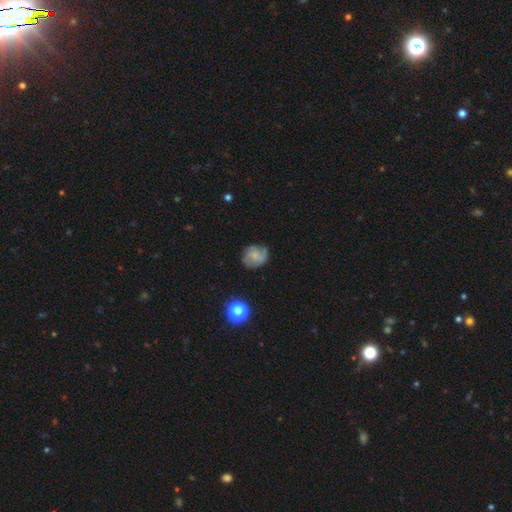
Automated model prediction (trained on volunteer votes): A featured or disk galaxy (50%). Merging: none (68%).